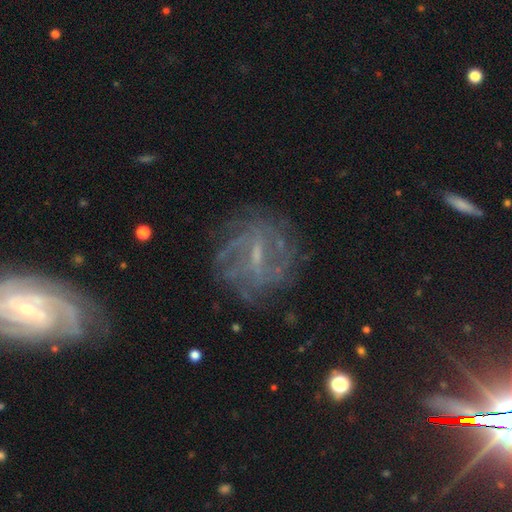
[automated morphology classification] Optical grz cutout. It shows a featured or disk galaxy (71%) with a weak bar (48%), tight (42%) spiral arms (80%) and a small central bulge (61%). Merging: none (73%).